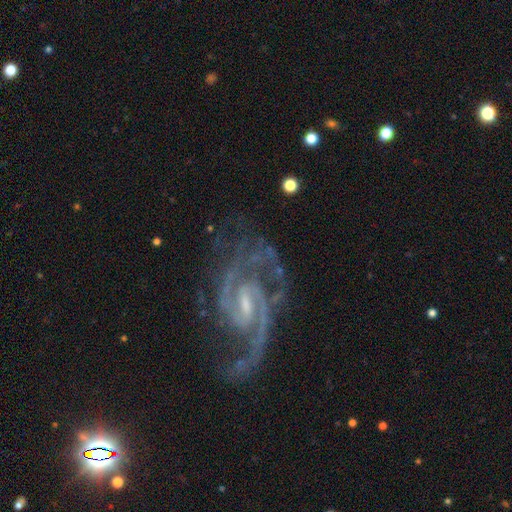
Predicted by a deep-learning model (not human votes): This is clearly a featured or disk galaxy (91%). It is clearly not viewed edge-on (98%). Bar: possibly weak (56%). Spiral arm pattern: clearly yes (98%). Spiral arm count: likely 2 (72%). Spiral winding: possibly medium (57%). Central bulge: likely small (67%). Merging: likely none (64%).